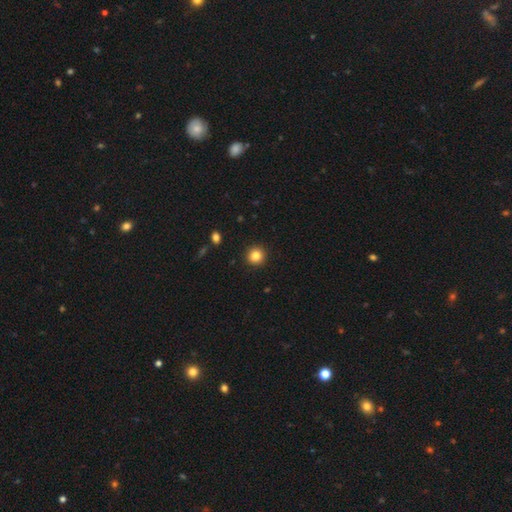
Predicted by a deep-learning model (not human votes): Q: Smooth or featured?
A: smooth (84%); runner-up: star or artifact (11%)
Q: How rounded?
A: round (94%); runner-up: in between (5%)
Q: Merging?
A: none (92%); runner-up: minor disturbance (5%)